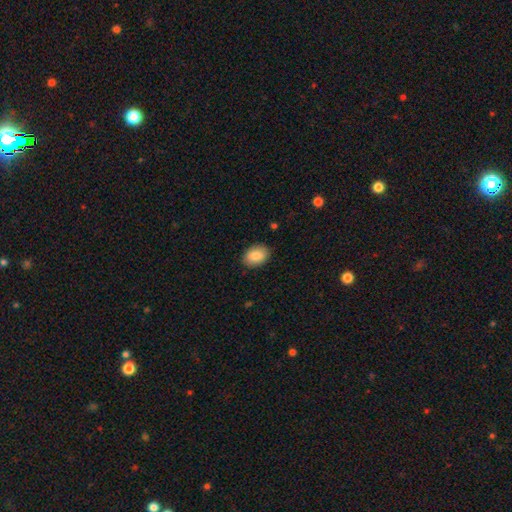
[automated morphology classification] Smooth or featured: smooth — 86% (star or artifact — 7%)
How rounded: in between — 81% (round — 18%)
Merging: none — 88% (minor disturbance — 9%)